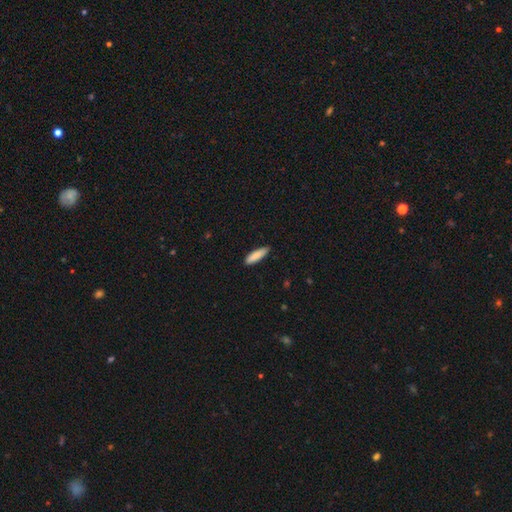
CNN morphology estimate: A smooth galaxy with no disk features (87%) that is cigar-shaped (65%). Merging: none (88%).